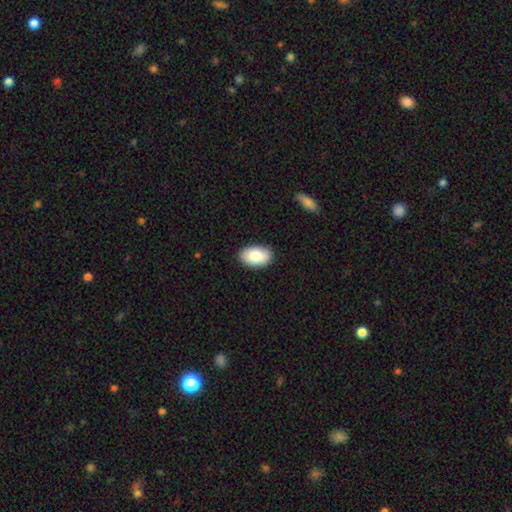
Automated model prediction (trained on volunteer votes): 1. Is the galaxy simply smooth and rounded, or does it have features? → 84% smooth, 10% featured or disk, 6% star or artifact.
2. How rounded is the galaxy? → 92% in between, 7% round, 1% cigar-shaped.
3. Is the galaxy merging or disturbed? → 89% none, 8% minor disturbance, 2% major disturbance, 1% merger.